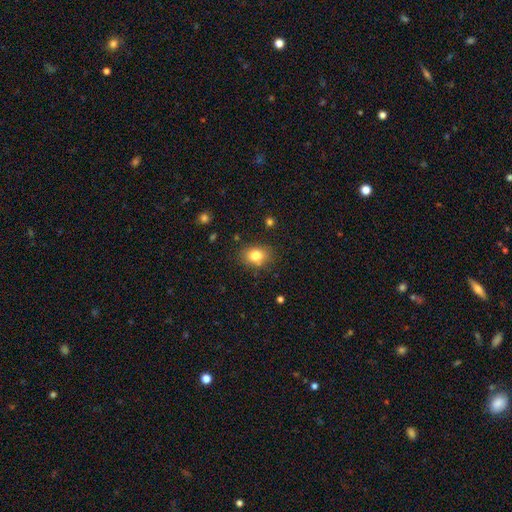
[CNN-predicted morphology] smooth-or-featured: smooth: 81% | star or artifact: 10% | featured or disk: 9%
  how-rounded: in between: 60% | round: 39% | cigar-shaped: 1%
  merging: none: 83% | minor disturbance: 12% | major disturbance: 3% | merger: 2%